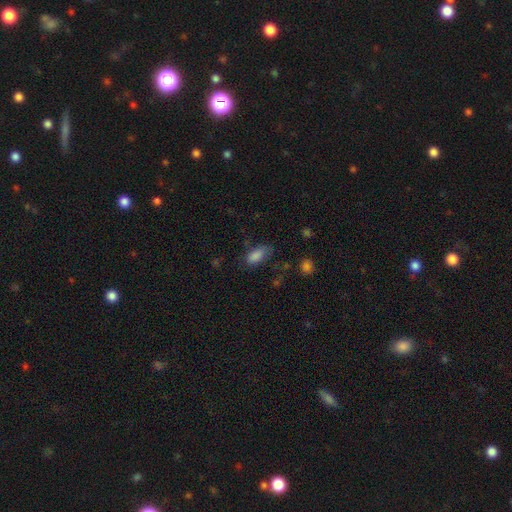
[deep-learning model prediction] A smooth galaxy with no disk features (83%) that is in between round and cigar-shaped (89%).

Vote fractions:
- Smooth or featured? smooth: 83% / star or artifact: 9% / featured or disk: 8%
- How rounded? in between: 89% / cigar-shaped: 7% / round: 4%
- Merging? none: 58% / minor disturbance: 27% / major disturbance: 12% / merger: 2%